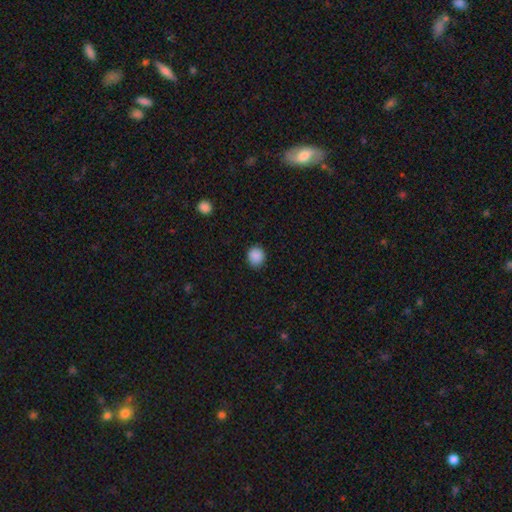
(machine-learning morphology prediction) Overall: smooth (88%). How rounded: round (78%). Merging: none (86%).